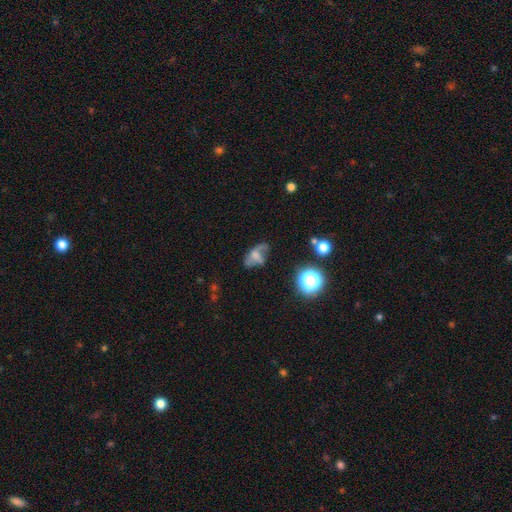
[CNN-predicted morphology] smooth 44%, featured or disk 40%, star or artifact 16%. Down the decision tree: merging — none (40%).